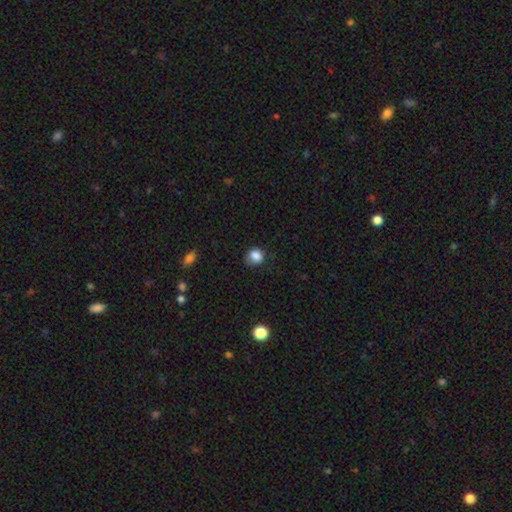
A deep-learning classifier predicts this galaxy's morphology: This is clearly a smooth galaxy (84%). How rounded: possibly round (60%). Merging: possibly none (59%).